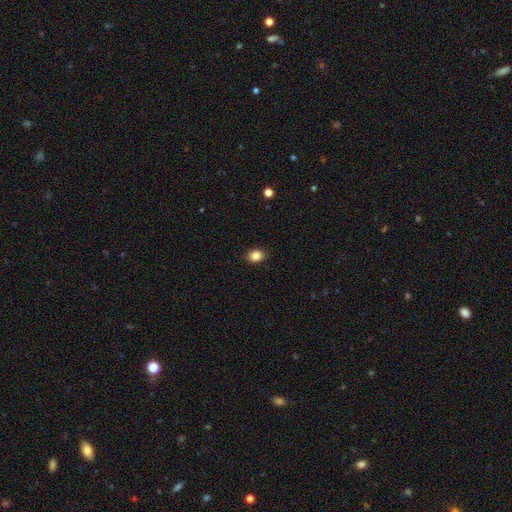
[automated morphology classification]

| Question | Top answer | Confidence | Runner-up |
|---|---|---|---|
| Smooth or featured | smooth | 86% | star or artifact (10%) |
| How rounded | in between | 54% | round (45%) |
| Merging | none | 89% | minor disturbance (8%) |